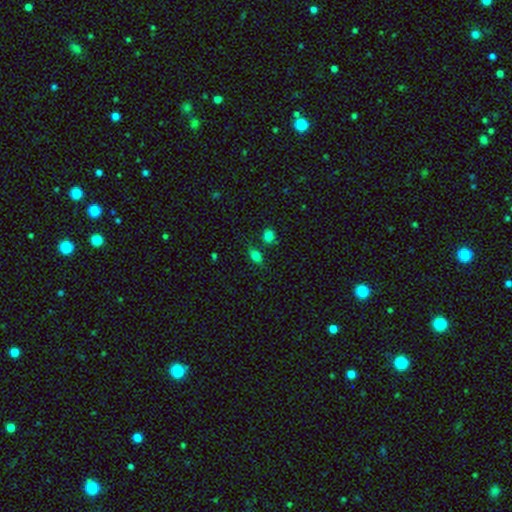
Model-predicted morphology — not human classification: Q: Smooth or featured?
A: smooth (76%); runner-up: star or artifact (12%)
Q: How rounded?
A: in between (74%); runner-up: round (19%)
Q: Merging?
A: none (73%); runner-up: minor disturbance (15%)